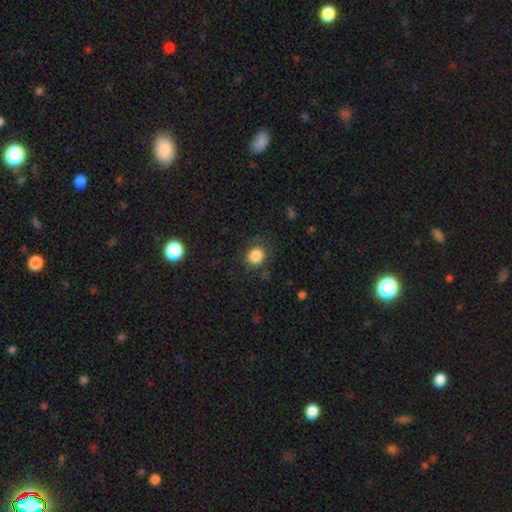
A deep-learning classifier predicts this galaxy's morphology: The model was most divided on "how rounded": round: 72%, in between: 27%, cigar-shaped: 1%. More confident: smooth or featured — smooth (85%); merging — none (78%).